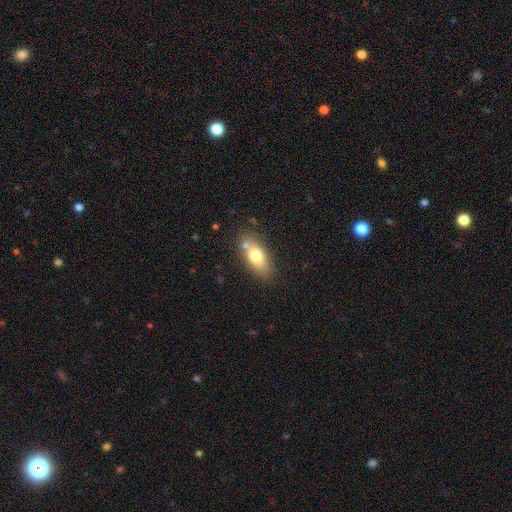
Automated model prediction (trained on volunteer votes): Smooth or featured? smooth (71%)
How rounded? in between (81%)
Merging? none (67%)